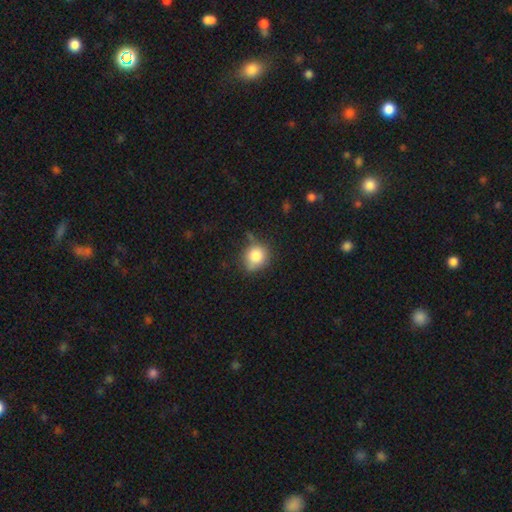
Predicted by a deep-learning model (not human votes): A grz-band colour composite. It shows a smooth galaxy with no disk features (82%) that is round (81%). Merging: none (63%).